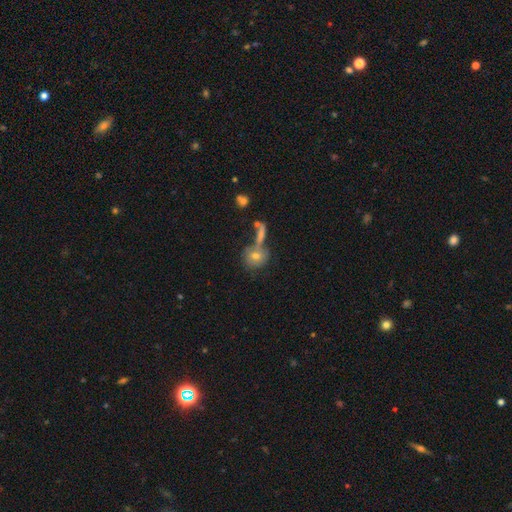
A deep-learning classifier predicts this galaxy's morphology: This appears to be a smooth galaxy with no disk features (48%). Merging: none (42%).